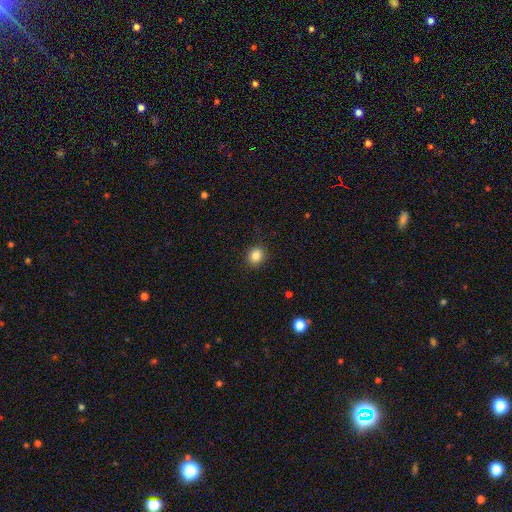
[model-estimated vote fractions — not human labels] smooth_or_featured: smooth (p=0.85) [alt: star or artifact p=0.11]
how_rounded: round (p=0.79) [alt: in between p=0.20]
merging: none (p=0.88) [alt: minor disturbance p=0.08]